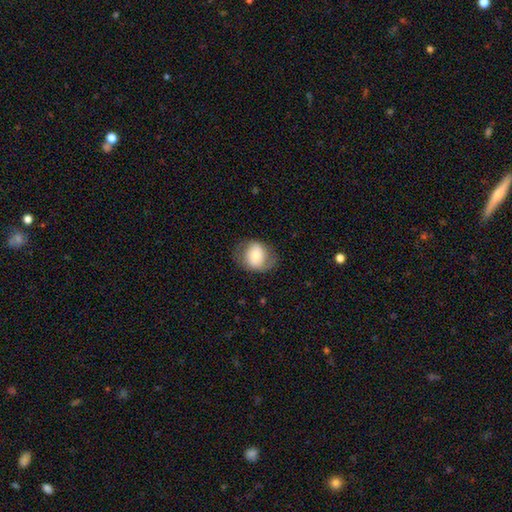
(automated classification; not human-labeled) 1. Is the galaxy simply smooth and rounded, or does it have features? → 61% smooth, 32% featured or disk, 7% star or artifact.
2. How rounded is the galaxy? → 54% round, 45% in between, 1% cigar-shaped.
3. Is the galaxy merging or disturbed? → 68% none, 20% minor disturbance, 11% major disturbance, 1% merger.